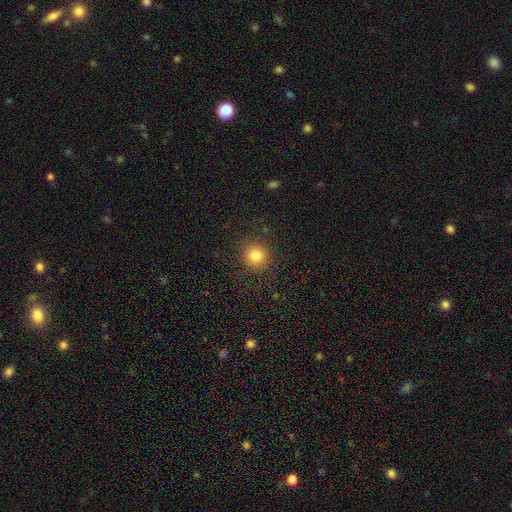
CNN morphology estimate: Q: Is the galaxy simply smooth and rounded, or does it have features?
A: smooth — 81%.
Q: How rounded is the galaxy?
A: round — 93%.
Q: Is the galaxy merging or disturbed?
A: none — 89%.